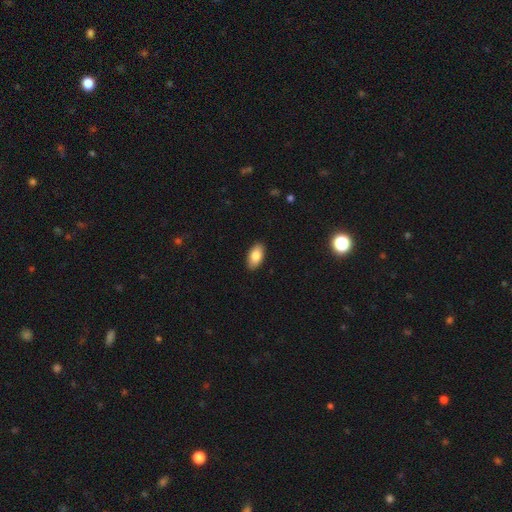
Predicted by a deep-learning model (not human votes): This is clearly a smooth galaxy (84%). How rounded: clearly in between (94%). Merging: clearly none (90%).